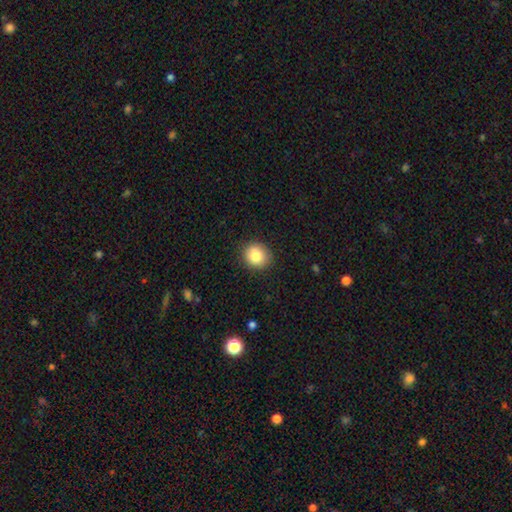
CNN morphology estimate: smooth_or_featured: smooth (p=0.83) [alt: star or artifact p=0.09]
how_rounded: round (p=0.81) [alt: in between p=0.18]
merging: none (p=0.88) [alt: minor disturbance p=0.09]